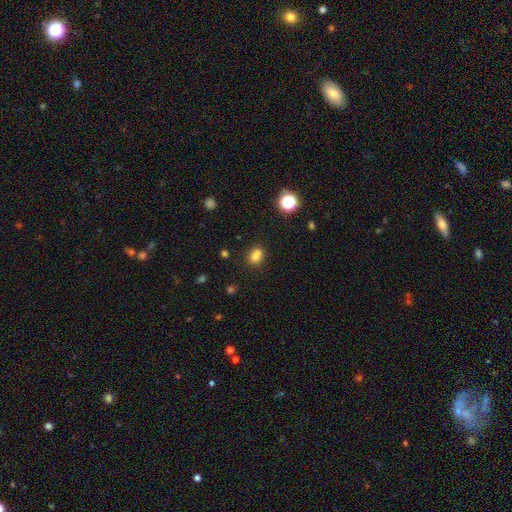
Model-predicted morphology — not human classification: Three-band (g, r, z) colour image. It shows a smooth galaxy with no disk features (76%) that is round (54%). Merging: none (53%).